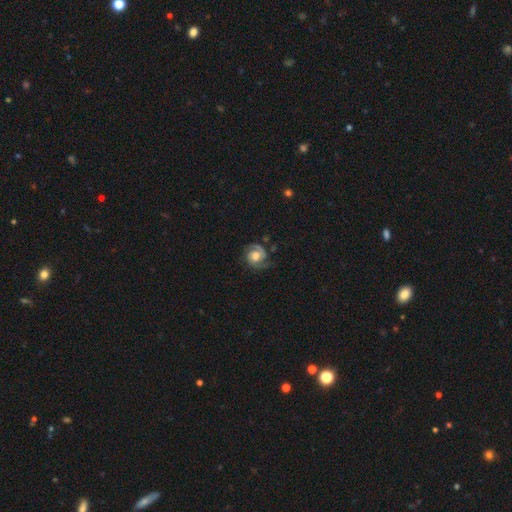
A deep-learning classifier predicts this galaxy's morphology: A featured or disk galaxy (78%) with no bar (65%), 2 (82%) tight (44%) spiral arms (95%) and a moderate central bulge (52%). Merging: none (67%).